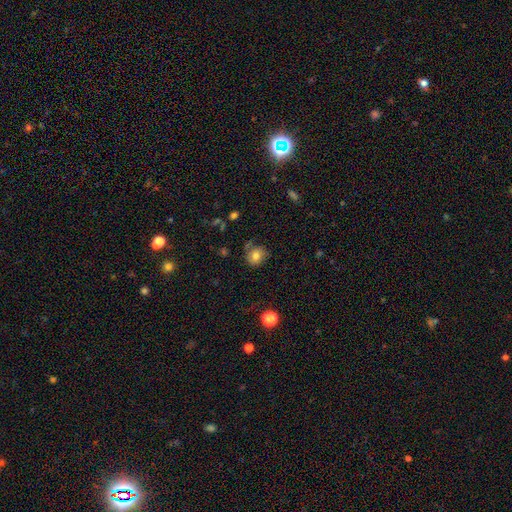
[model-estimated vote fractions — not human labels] A smooth galaxy with no disk features (76%) that is round (79%).

Vote fractions:
- Smooth or featured? smooth: 76% / featured or disk: 13% / star or artifact: 11%
- How rounded? round: 79% / in between: 20% / cigar-shaped: 1%
- Merging? none: 71% / minor disturbance: 19% / major disturbance: 6% / merger: 5%